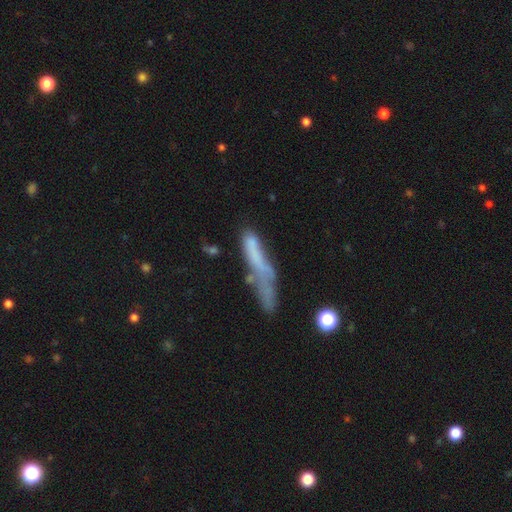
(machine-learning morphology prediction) This is possibly a smooth galaxy (53%). How rounded: clearly cigar-shaped (81%). Merging: marginally none (32%).